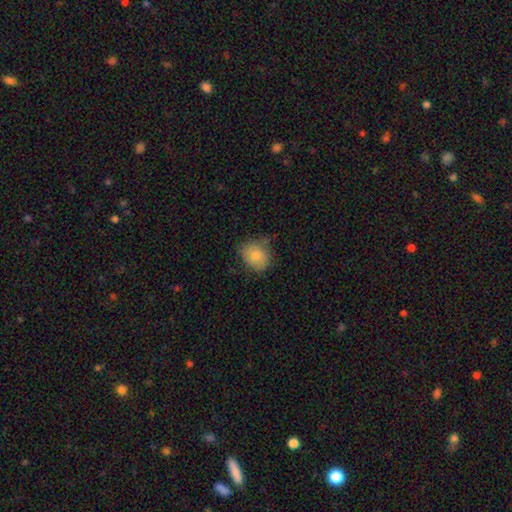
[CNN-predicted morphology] Overall: smooth (78%). How rounded: round (62%; in between 38%). Merging: none (62%; minor disturbance 30%).